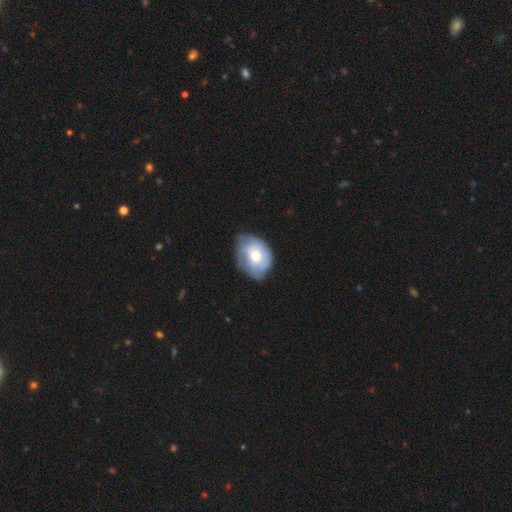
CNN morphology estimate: Smooth or featured: featured or disk — 49% (smooth — 44%)
Merging: none — 57% (minor disturbance — 31%)